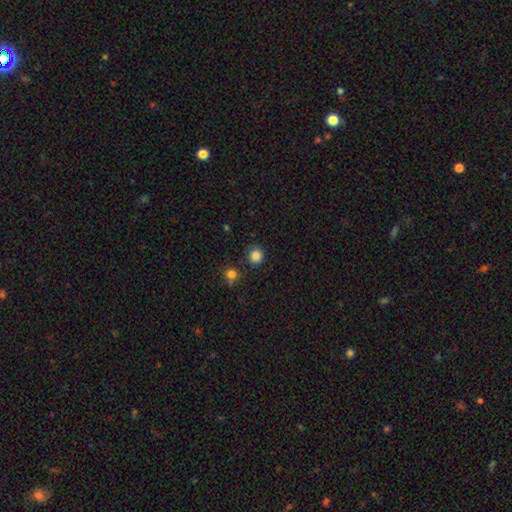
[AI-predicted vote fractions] The model was most divided on "smooth or featured": smooth: 85%, star or artifact: 12%, featured or disk: 4%. More confident: how rounded — round (91%); merging — none (83%).